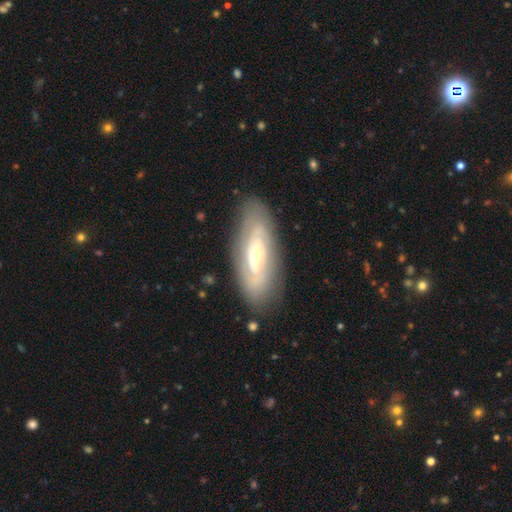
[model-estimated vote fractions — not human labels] This is likely a featured or disk galaxy (68%). It is clearly not viewed edge-on (82%). Bar: possibly no (51%). Spiral arm pattern: possibly yes (58%). Central bulge: possibly small (55%). Merging: clearly none (82%).